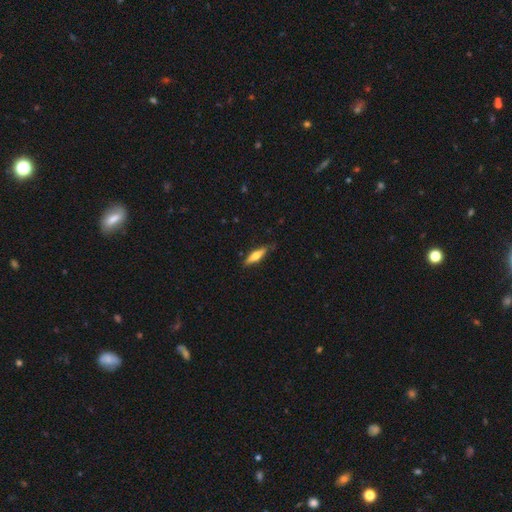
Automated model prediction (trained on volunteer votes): This appears to be a smooth galaxy with no disk features (57%) that is cigar-shaped (71%). Merging: none (82%).